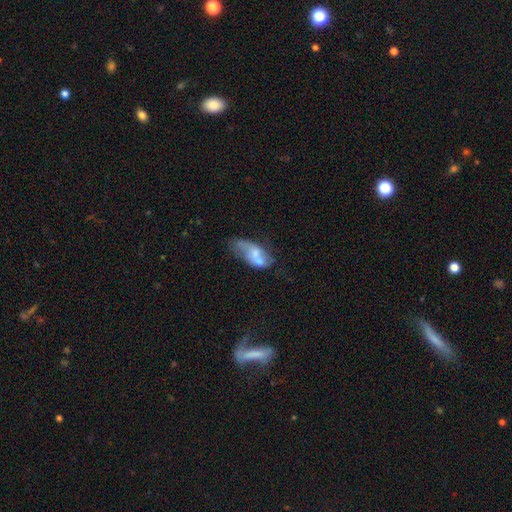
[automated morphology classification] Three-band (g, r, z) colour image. It shows a smooth galaxy with no disk features (52%) that is in between round and cigar-shaped (88%). Merging: merger (32%).